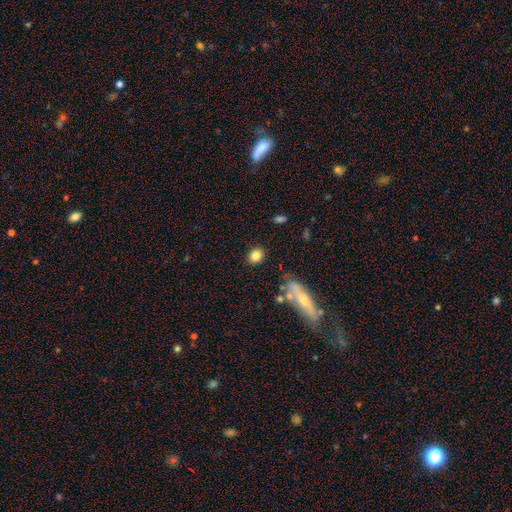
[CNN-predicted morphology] The model was most divided on "how rounded": round: 58%, in between: 40%, cigar-shaped: 2%. More confident: merging — none (84%); smooth or featured — smooth (82%).